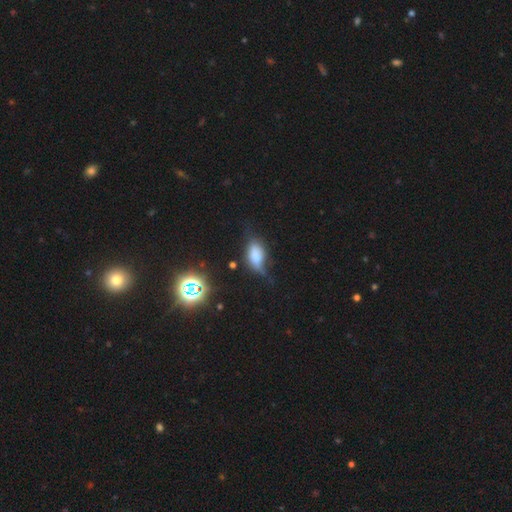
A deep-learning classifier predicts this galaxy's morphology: This appears to be a smooth galaxy with no disk features (60%) that is in between round and cigar-shaped (86%). Merging: none (39%).